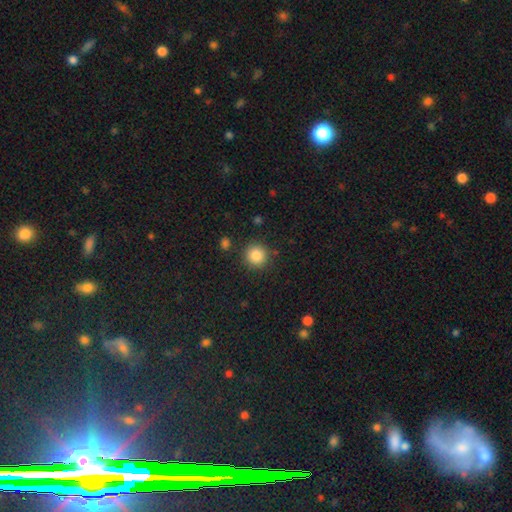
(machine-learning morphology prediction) A smooth galaxy with no disk features (86%) that is round (94%). Merging: none (88%).